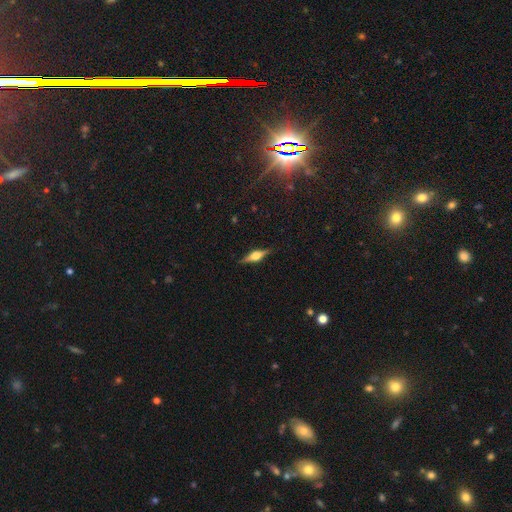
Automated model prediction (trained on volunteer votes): Morphology: type=featured or disk (72%); edge-on=yes (97%); edge-on bulge=rounded (88%); merging=none (88%).